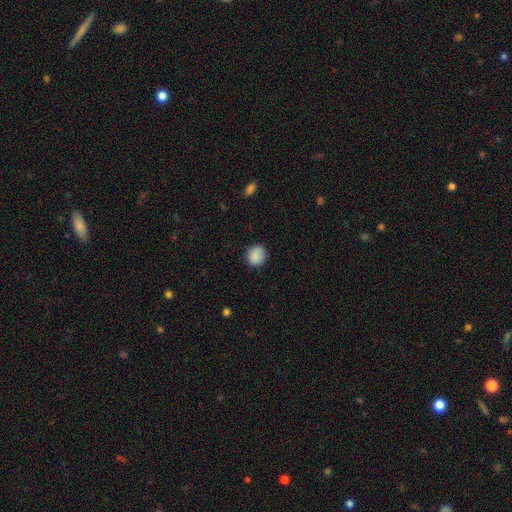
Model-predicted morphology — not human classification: Smooth or featured: smooth — 88% (star or artifact — 8%)
How rounded: round — 77% (in between — 22%)
Merging: none — 86% (minor disturbance — 10%)